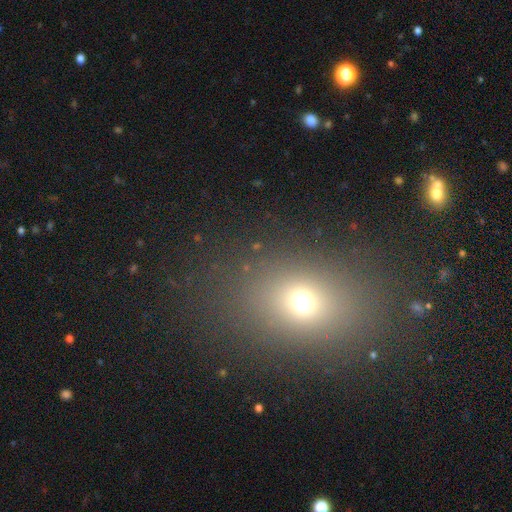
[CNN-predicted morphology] This appears to be a smooth galaxy with no disk features (61%) that is in between round and cigar-shaped (58%). Merging: none (86%).